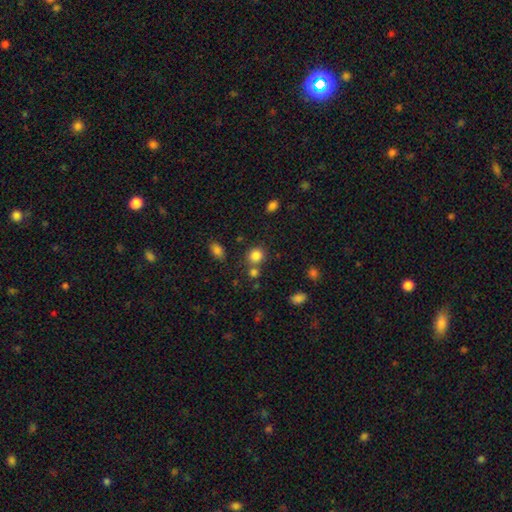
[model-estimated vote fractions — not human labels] This appears to be a smooth galaxy with no disk features (83%) that is round (84%). Merging: none (69%).